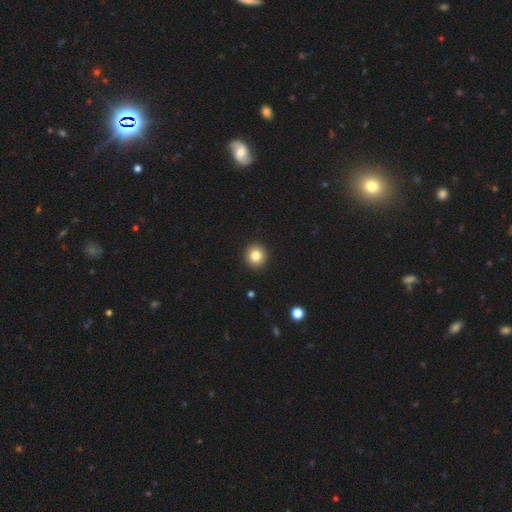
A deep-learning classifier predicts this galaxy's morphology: This is clearly a smooth galaxy (84%). How rounded: clearly round (92%). Merging: clearly none (93%).